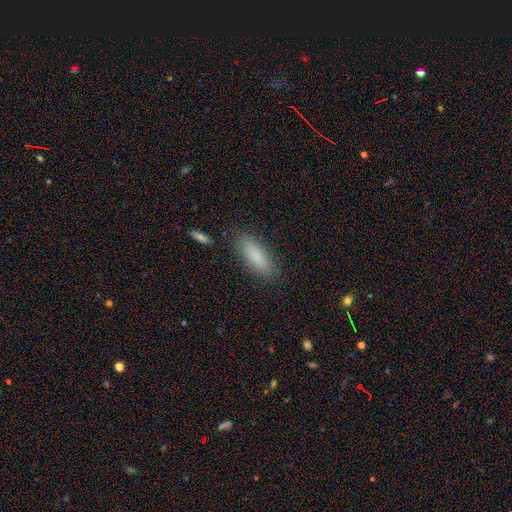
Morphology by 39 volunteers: This appears to be a smooth galaxy with no disk features (85%) that is in between round and cigar-shaped (64%). Merging: none (78%).